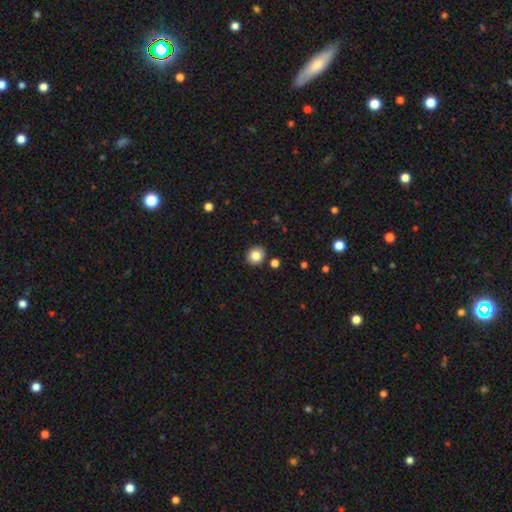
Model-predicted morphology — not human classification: Smooth or featured? Predicted: smooth (p=0.83). How rounded? Predicted: round (p=0.76). Merging? Predicted: none (p=0.87).